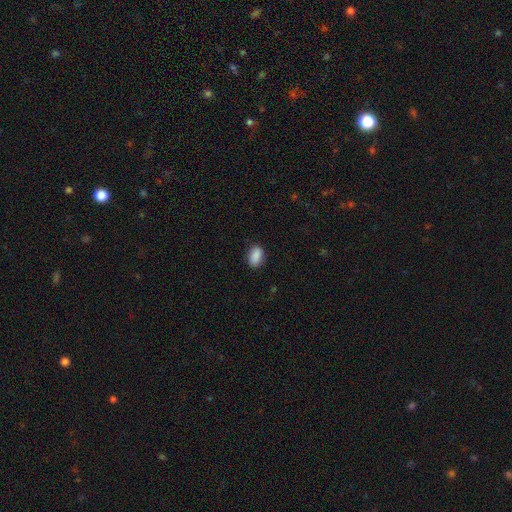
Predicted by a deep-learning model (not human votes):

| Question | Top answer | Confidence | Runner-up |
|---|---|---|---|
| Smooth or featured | smooth | 89% | star or artifact (7%) |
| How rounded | in between | 89% | round (9%) |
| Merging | none | 86% | minor disturbance (11%) |